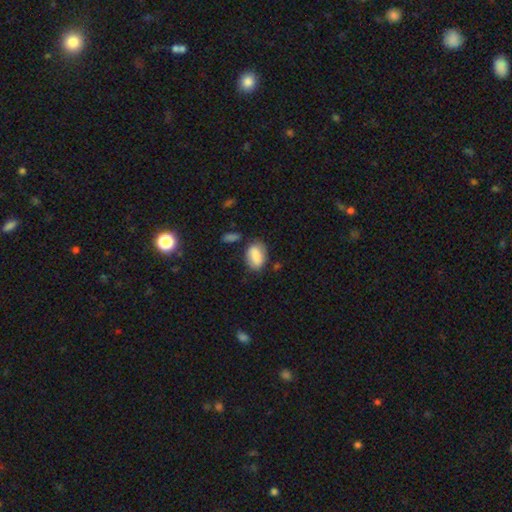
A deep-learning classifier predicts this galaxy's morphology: A smooth galaxy with no disk features (84%) that is in between round and cigar-shaped (87%).

Vote fractions:
- Smooth or featured? smooth: 84% / featured or disk: 8% / star or artifact: 7%
- How rounded? in between: 87% / round: 11% / cigar-shaped: 2%
- Merging? none: 66% / minor disturbance: 22% / merger: 7% / major disturbance: 6%